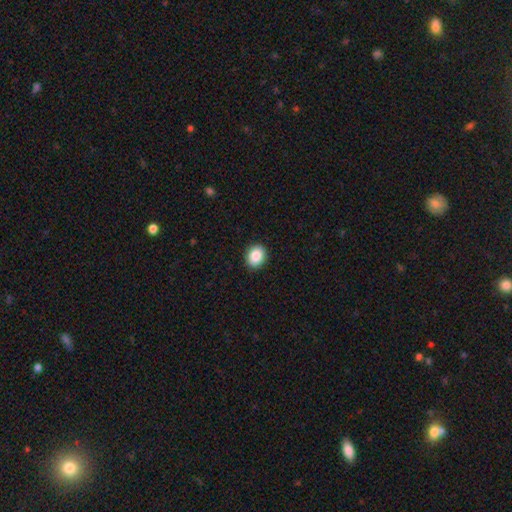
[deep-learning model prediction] Smooth or featured? Predicted: smooth (p=0.88). How rounded? Predicted: in between (p=0.50). Merging? Predicted: none (p=0.91).